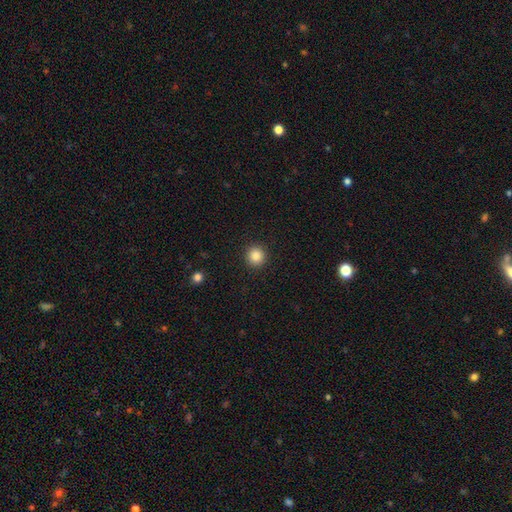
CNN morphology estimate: Smooth or featured: smooth — 86% (star or artifact — 10%)
How rounded: round — 94% (in between — 5%)
Merging: none — 92% (minor disturbance — 5%)